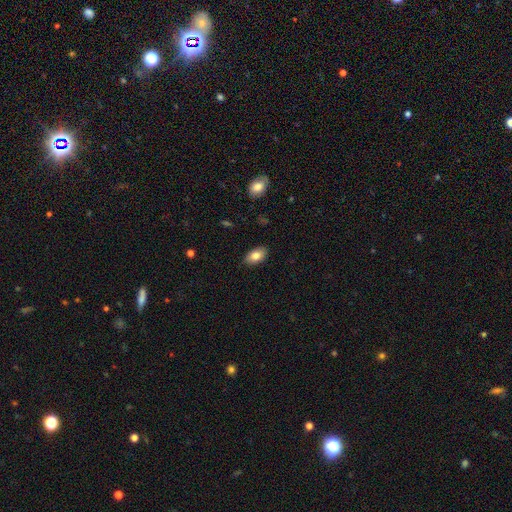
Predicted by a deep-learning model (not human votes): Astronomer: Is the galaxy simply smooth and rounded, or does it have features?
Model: smooth — 81%.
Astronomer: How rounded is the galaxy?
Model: in between — 92%.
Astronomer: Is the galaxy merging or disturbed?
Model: none — 88%.